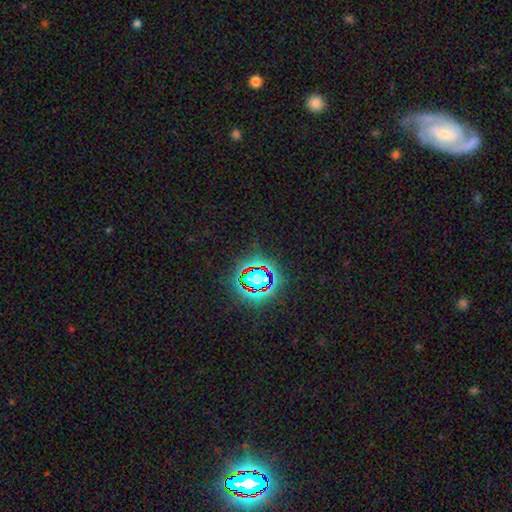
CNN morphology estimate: The model was most divided on "smooth or featured": star or artifact: 76%, smooth: 15%, featured or disk: 9%.